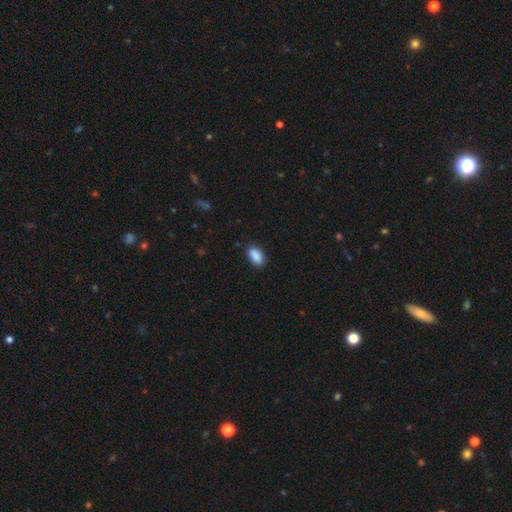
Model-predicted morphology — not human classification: Smooth or featured?
  - smooth: 89% *
  - star or artifact: 8%
  - featured or disk: 4%
How rounded?
  - in between: 91% *
  - round: 6%
  - cigar-shaped: 3%
Merging?
  - none: 79% *
  - minor disturbance: 17%
  - major disturbance: 3%
  - merger: 2%